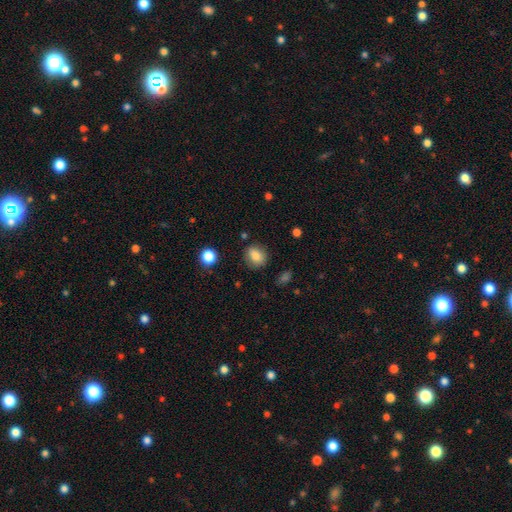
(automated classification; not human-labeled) A smooth galaxy with no disk features (84%) that is round (61%).

Vote fractions:
- Smooth or featured? smooth: 84% / star or artifact: 10% / featured or disk: 7%
- How rounded? round: 61% / in between: 38% / cigar-shaped: 1%
- Merging? none: 82% / minor disturbance: 12% / major disturbance: 4% / merger: 2%